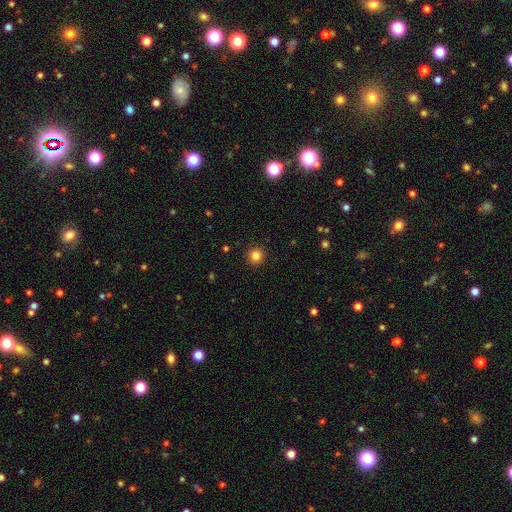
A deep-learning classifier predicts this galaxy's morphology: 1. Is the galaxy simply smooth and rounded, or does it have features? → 83% smooth, 12% star or artifact, 5% featured or disk.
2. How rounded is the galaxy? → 95% round, 4% in between, 1% cigar-shaped.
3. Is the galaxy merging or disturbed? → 93% none, 5% minor disturbance, 2% major disturbance, 1% merger.